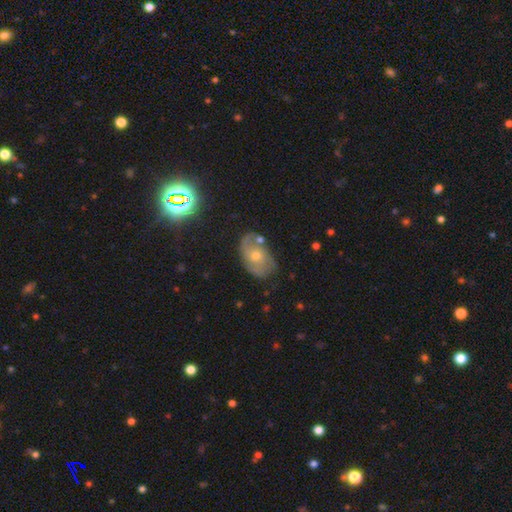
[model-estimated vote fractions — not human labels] This appears to be a featured or disk galaxy (64%) with no bar (75%), spiral arms (81%) and a moderate central bulge (53%). Merging: none (63%).